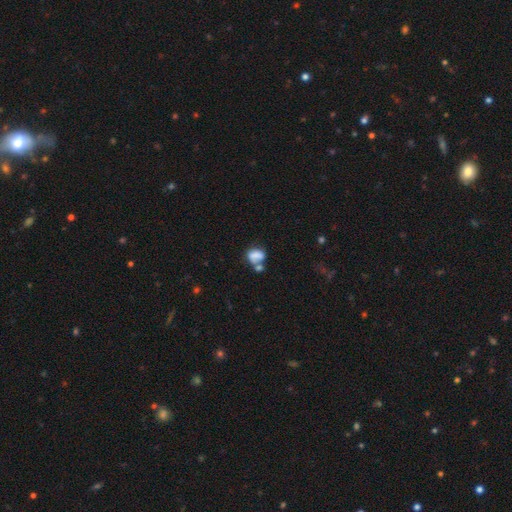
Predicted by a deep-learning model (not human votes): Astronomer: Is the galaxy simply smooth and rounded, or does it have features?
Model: smooth — 72%.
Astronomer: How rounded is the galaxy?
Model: in between — 72%.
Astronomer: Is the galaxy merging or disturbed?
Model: merger — 48% (runner-up: none, 26%).